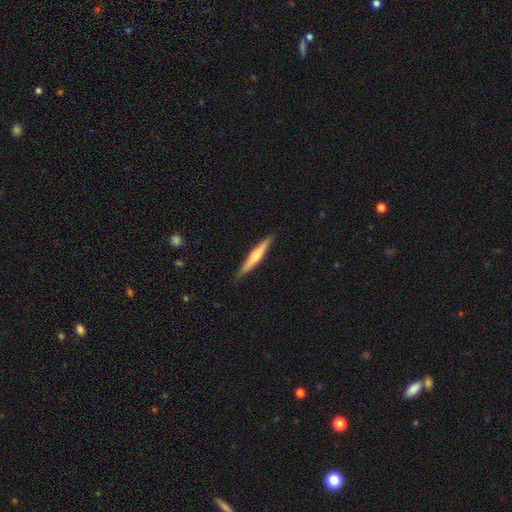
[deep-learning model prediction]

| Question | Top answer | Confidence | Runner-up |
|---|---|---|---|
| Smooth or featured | featured or disk | 49% | smooth (46%) |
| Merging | none | 89% | minor disturbance (8%) |